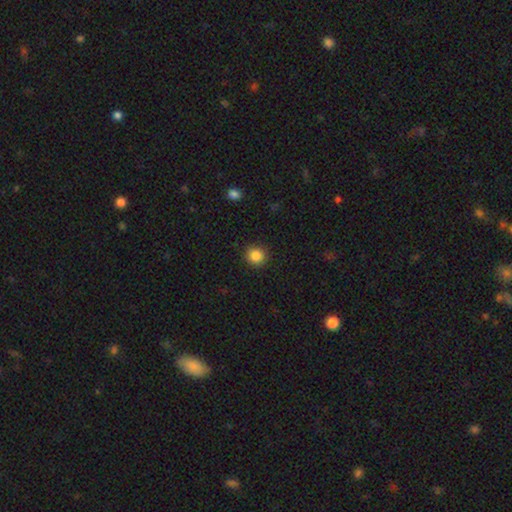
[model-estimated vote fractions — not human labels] Morphology: type=smooth (86%); roundness=round (91%); merging=none (90%).